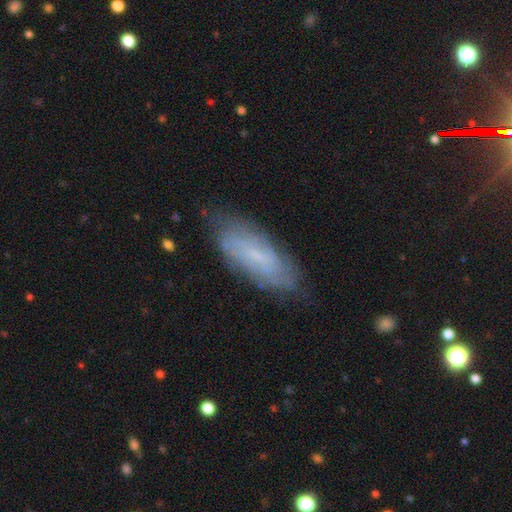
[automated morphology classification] Q: Smooth or featured?
A: featured or disk (49%); runner-up: smooth (41%)
Q: Merging?
A: none (75%); runner-up: minor disturbance (18%)